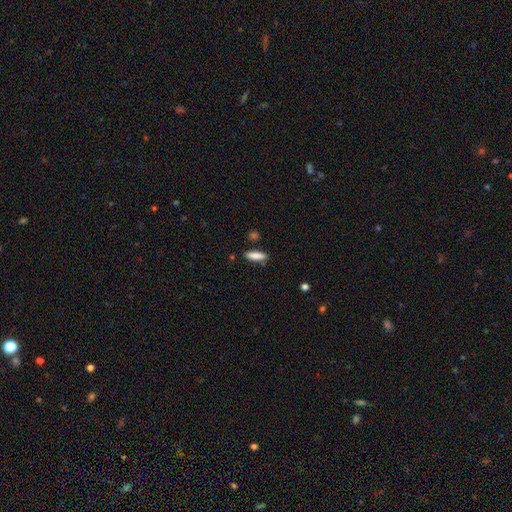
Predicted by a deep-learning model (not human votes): Smooth or featured? smooth (84%)
How rounded? cigar-shaped (59%)
Merging? none (83%)